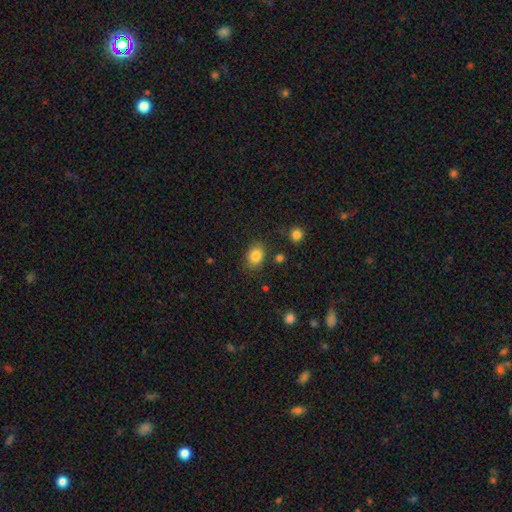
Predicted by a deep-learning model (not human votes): smooth 84%, star or artifact 10%, featured or disk 6%. Down the decision tree: how rounded — in between (53%); merging — none (81%).